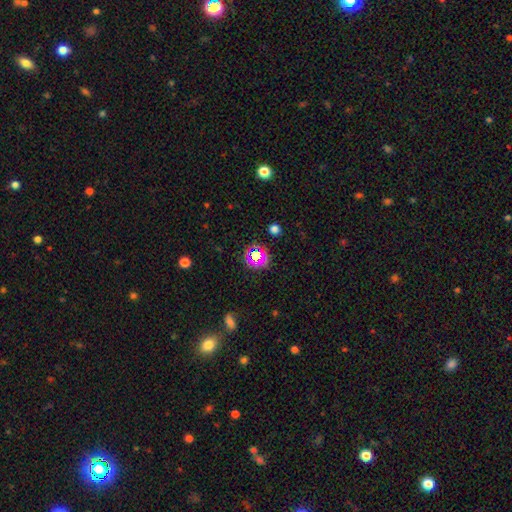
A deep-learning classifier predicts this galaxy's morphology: This appears to be a star or artifact, not a galaxy (62%).